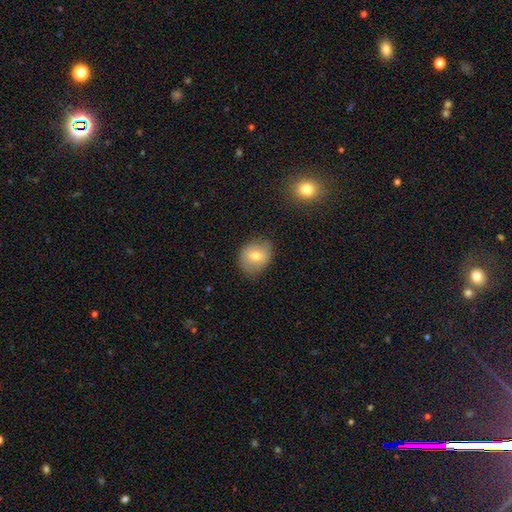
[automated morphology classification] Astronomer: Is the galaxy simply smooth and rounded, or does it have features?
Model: smooth — 70%.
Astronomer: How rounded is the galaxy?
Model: round — 65%.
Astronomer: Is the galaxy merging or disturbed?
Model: none — 75%.